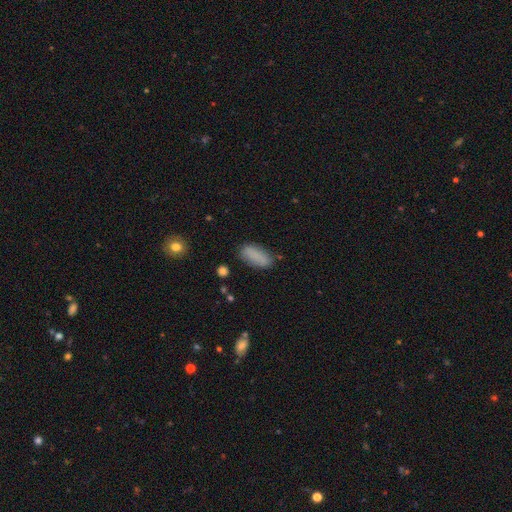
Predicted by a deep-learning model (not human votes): smooth_or_featured: smooth (p=0.84) [alt: star or artifact p=0.08]
how_rounded: in between (p=0.83) [alt: cigar-shaped p=0.14]
merging: none (p=0.76) [alt: minor disturbance p=0.17]